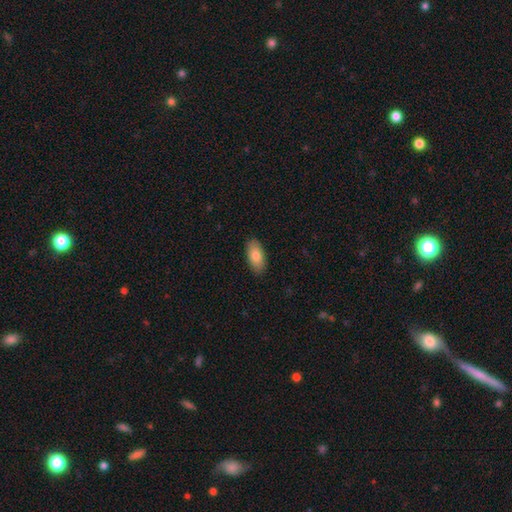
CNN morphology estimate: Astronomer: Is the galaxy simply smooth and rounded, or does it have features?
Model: smooth — 79%.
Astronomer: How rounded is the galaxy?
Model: in between — 92%.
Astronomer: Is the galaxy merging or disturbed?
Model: none — 89%.